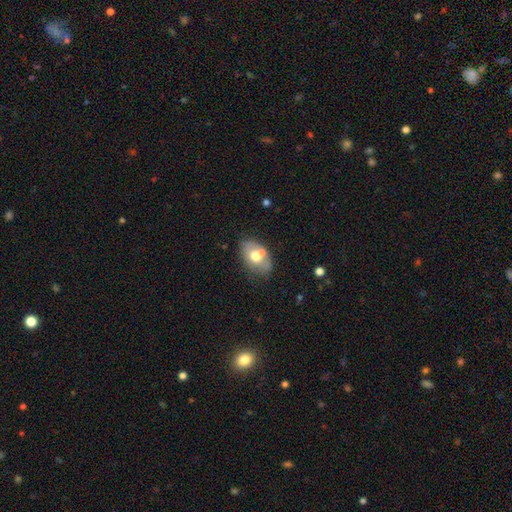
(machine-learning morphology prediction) The model was most divided on "smooth or featured": smooth: 61%, featured or disk: 31%, star or artifact: 7%. More confident: how rounded — in between (86%); merging — none (57%).